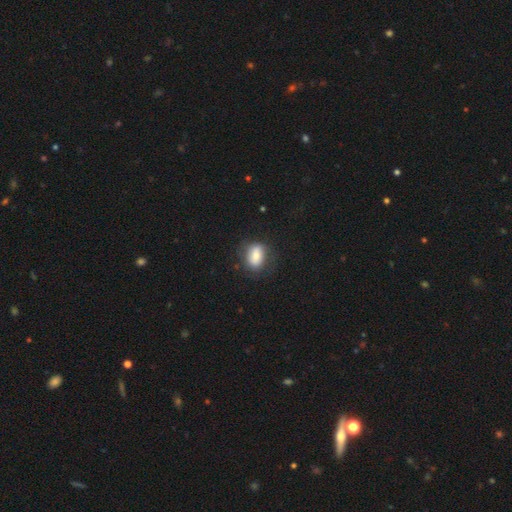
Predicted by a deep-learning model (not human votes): This is likely a smooth galaxy (73%). How rounded: likely in between (73%). Merging: likely none (72%).